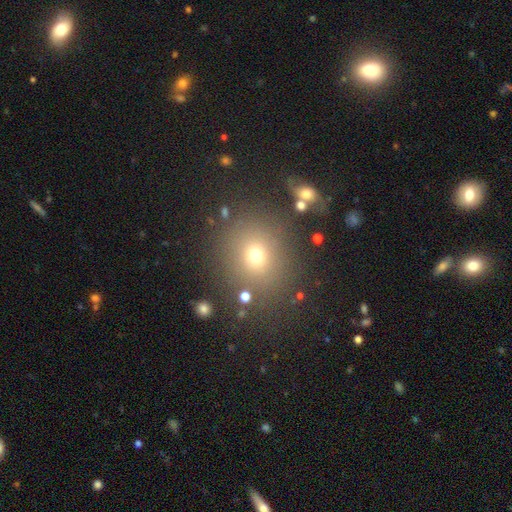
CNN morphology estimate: This is likely a smooth galaxy (69%). How rounded: clearly round (81%). Merging: clearly none (82%).